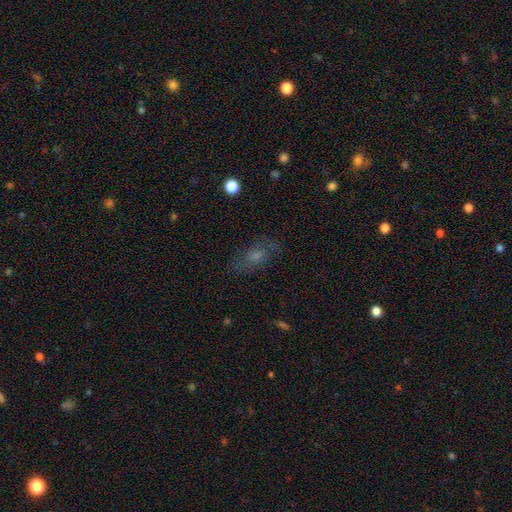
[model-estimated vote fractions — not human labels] Q: Smooth or featured?
A: smooth (48%); runner-up: featured or disk (34%)
Q: Merging?
A: none (72%); runner-up: minor disturbance (17%)